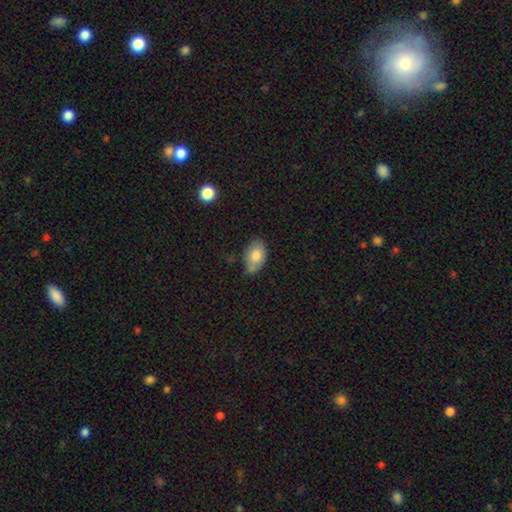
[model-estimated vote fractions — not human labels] This is likely a smooth galaxy (80%). How rounded: clearly in between (91%). Merging: possibly none (58%).